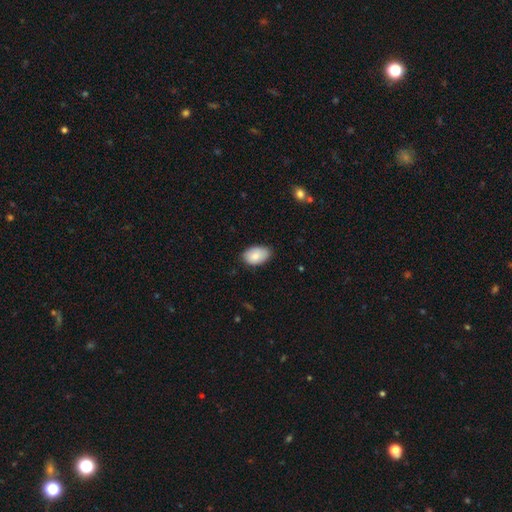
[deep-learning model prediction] A smooth galaxy with no disk features (86%) that is in between round and cigar-shaped (92%). Merging: none (80%).